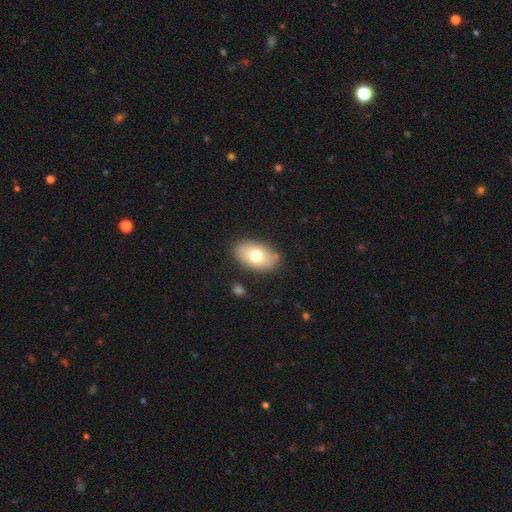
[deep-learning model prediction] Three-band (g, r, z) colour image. It shows a smooth galaxy with no disk features (72%) that is in between round and cigar-shaped (90%). Merging: none (84%).